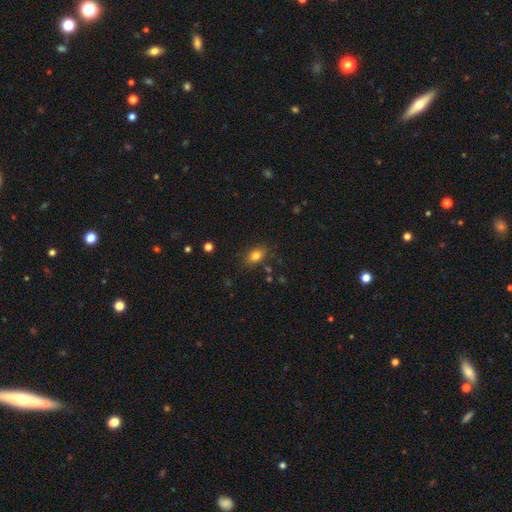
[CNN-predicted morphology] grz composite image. It shows a smooth galaxy with no disk features (81%) that is in between round and cigar-shaped (82%). Merging: none (82%).